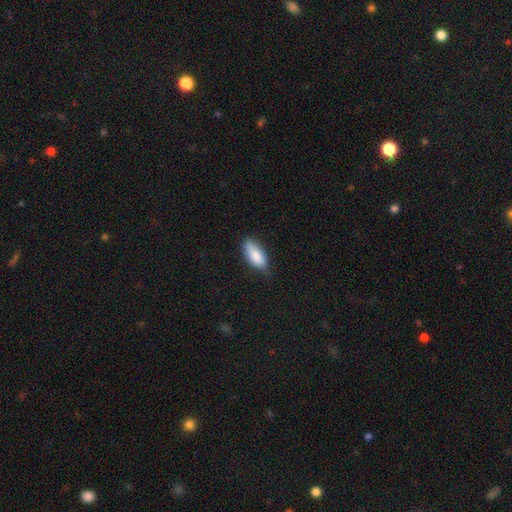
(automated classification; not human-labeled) smooth_or_featured: smooth (p=0.85) [alt: featured or disk p=0.09]
how_rounded: in between (p=0.85) [alt: cigar-shaped p=0.13]
merging: none (p=0.67) [alt: minor disturbance p=0.27]